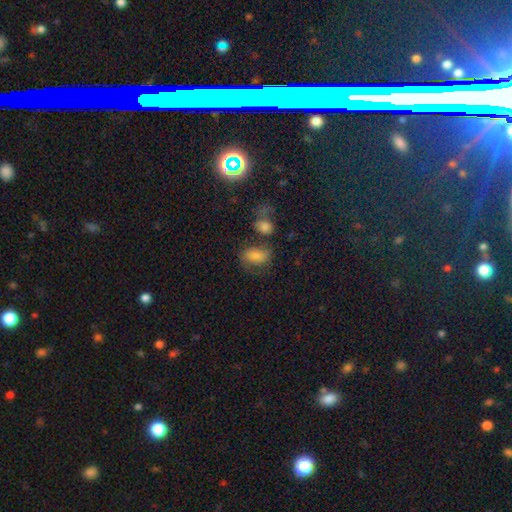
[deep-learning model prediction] smooth-or-featured: smooth: 61% | star or artifact: 22% | featured or disk: 17%
  how-rounded: in between: 80% | round: 18% | cigar-shaped: 2%
  merging: none: 52% | minor disturbance: 20% | merger: 16% | major disturbance: 12%